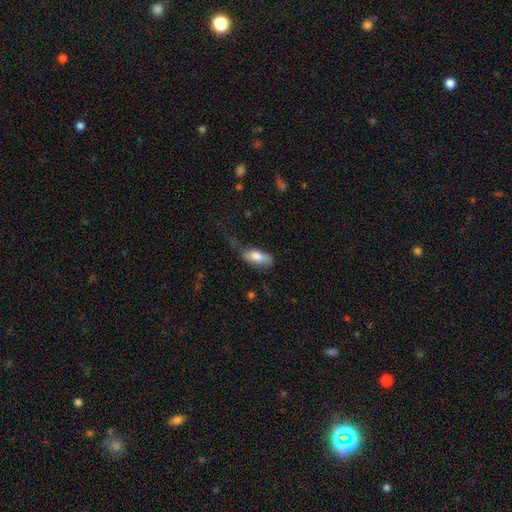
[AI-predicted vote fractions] A smooth galaxy with no disk features (77%) that is in between round and cigar-shaped (81%).

Vote fractions:
- Smooth or featured? smooth: 77% / featured or disk: 17% / star or artifact: 6%
- How rounded? in between: 81% / cigar-shaped: 17% / round: 2%
- Merging? none: 39% / minor disturbance: 33% / major disturbance: 25% / merger: 3%